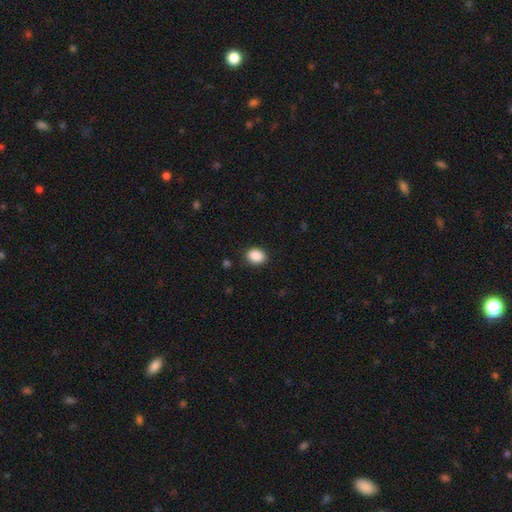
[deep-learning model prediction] The model was most divided on "how rounded": in between: 58%, round: 41%, cigar-shaped: 1%. More confident: smooth or featured — smooth (89%); merging — none (87%).